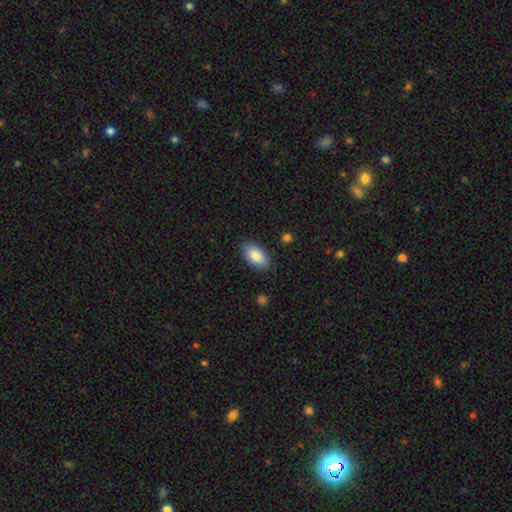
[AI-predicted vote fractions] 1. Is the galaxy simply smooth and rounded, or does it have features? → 86% smooth, 8% featured or disk, 6% star or artifact.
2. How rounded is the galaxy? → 94% in between, 3% round, 3% cigar-shaped.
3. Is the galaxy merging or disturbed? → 86% none, 11% minor disturbance, 2% major disturbance, 1% merger.